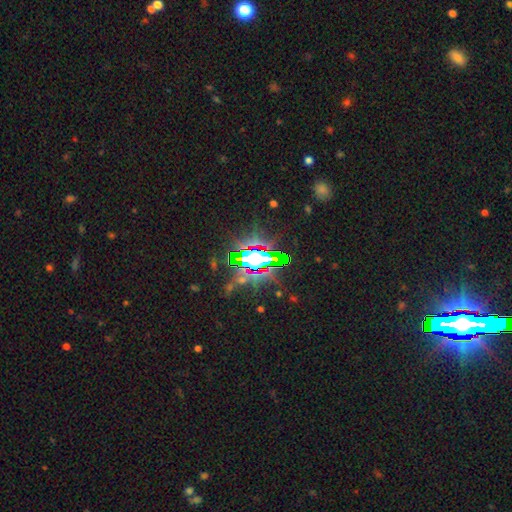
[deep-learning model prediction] Overall: star or artifact (80%).